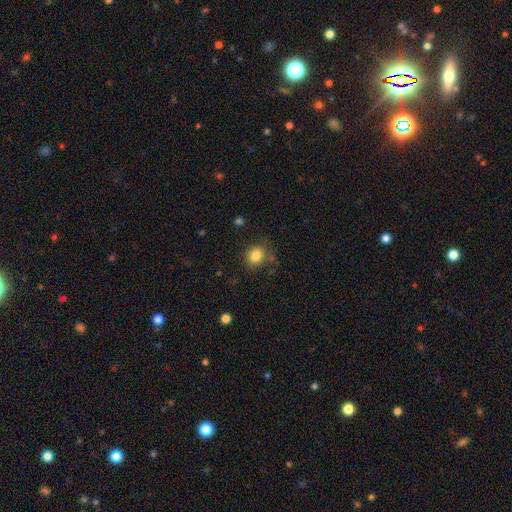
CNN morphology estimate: Smooth or featured?
  - smooth: 83% *
  - star or artifact: 11%
  - featured or disk: 6%
How rounded?
  - round: 72% *
  - in between: 27%
  - cigar-shaped: 1%
Merging?
  - none: 75% *
  - minor disturbance: 16%
  - major disturbance: 5%
  - merger: 4%